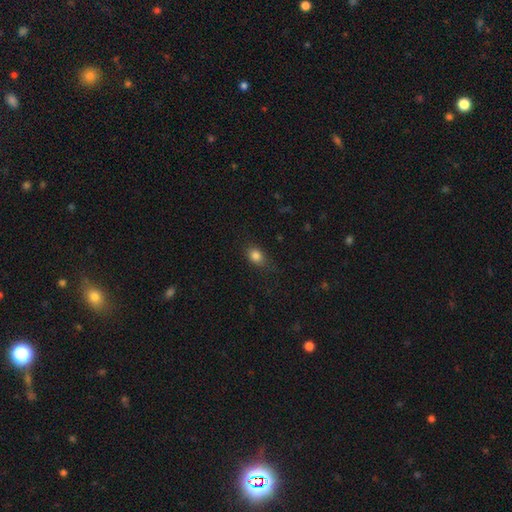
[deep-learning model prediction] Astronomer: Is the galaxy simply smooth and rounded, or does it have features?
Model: smooth — 83%.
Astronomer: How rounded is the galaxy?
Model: in between — 59% (runner-up: round, 39%).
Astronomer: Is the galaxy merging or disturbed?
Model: none — 76%.